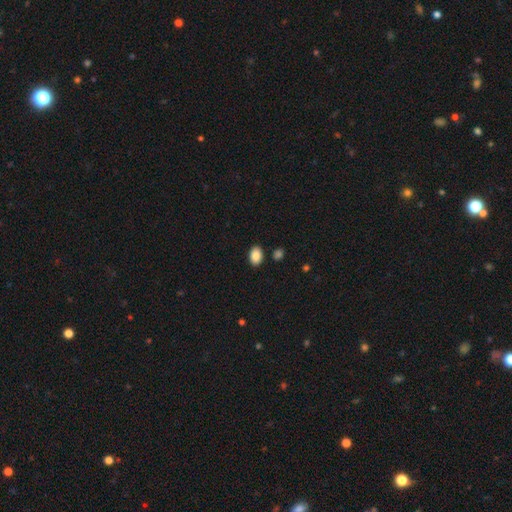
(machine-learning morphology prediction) smooth-or-featured: smooth: 89% | star or artifact: 8% | featured or disk: 3%
  how-rounded: in between: 84% | round: 15% | cigar-shaped: 1%
  merging: none: 86% | minor disturbance: 9% | merger: 3% | major disturbance: 2%